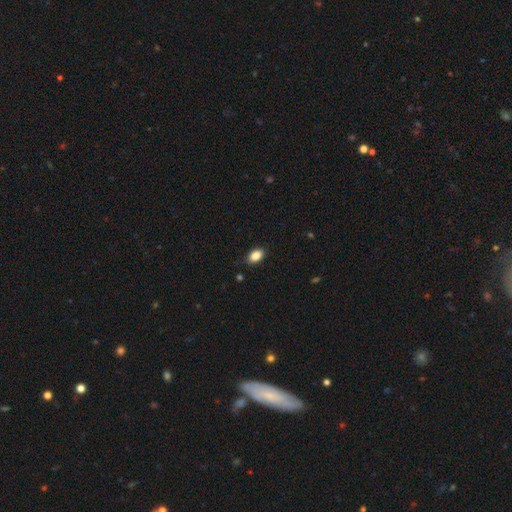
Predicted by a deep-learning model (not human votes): A smooth galaxy with no disk features (86%) that is in between round and cigar-shaped (89%). Merging: none (85%).